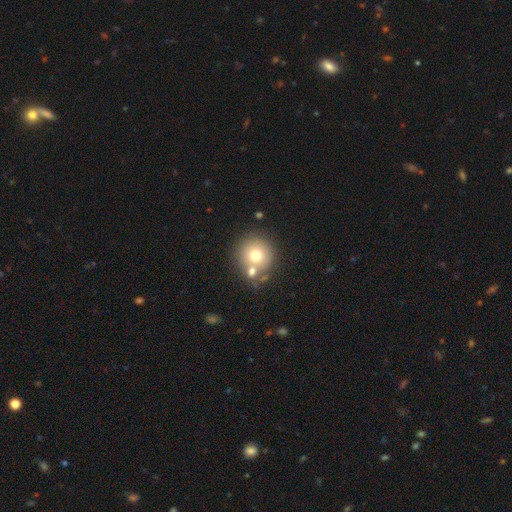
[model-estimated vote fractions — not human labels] This appears to be a smooth galaxy with no disk features (71%) that is round (91%). Merging: none (62%).